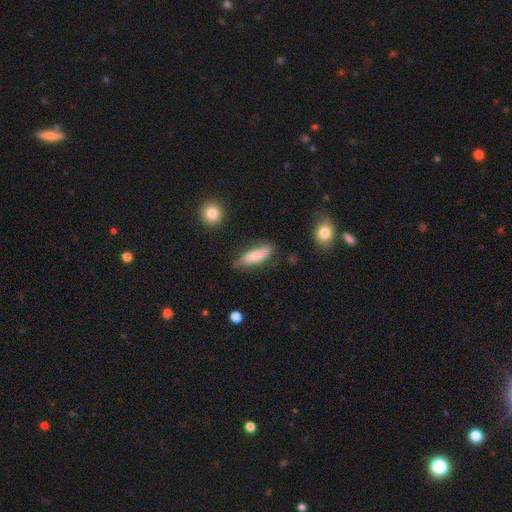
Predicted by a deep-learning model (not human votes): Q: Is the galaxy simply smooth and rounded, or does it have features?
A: smooth — 66%.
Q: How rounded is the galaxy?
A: in between — 75%.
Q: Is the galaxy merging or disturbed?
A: none — 65%.